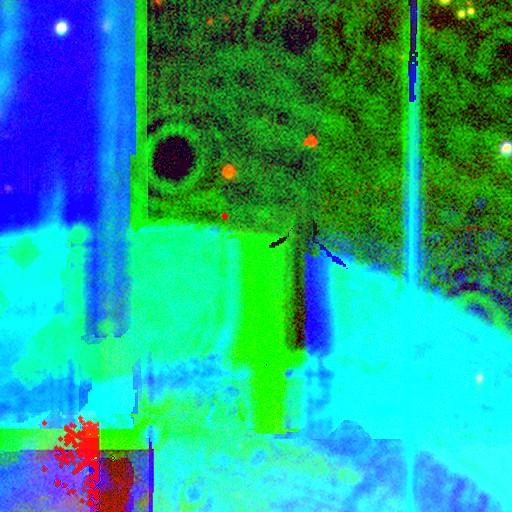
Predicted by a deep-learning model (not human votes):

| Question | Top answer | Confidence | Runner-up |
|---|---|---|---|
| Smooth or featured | star or artifact | 85% | featured or disk (8%) |